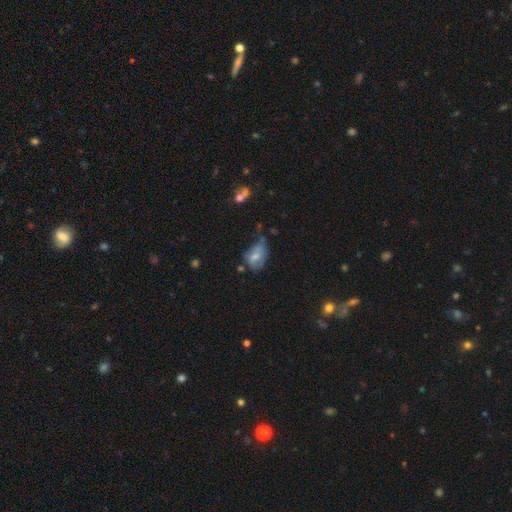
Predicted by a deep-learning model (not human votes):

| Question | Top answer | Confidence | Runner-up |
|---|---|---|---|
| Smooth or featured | smooth | 53% | featured or disk (36%) |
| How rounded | in between | 77% | round (21%) |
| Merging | minor disturbance | 34% | none (31%) |